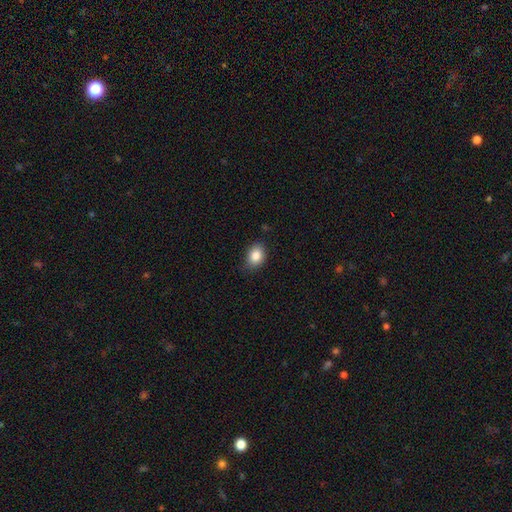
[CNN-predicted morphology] smooth-or-featured: smooth: 85% | star or artifact: 9% | featured or disk: 6%
  how-rounded: in between: 66% | round: 33% | cigar-shaped: 1%
  merging: none: 79% | minor disturbance: 17% | major disturbance: 3% | merger: 1%